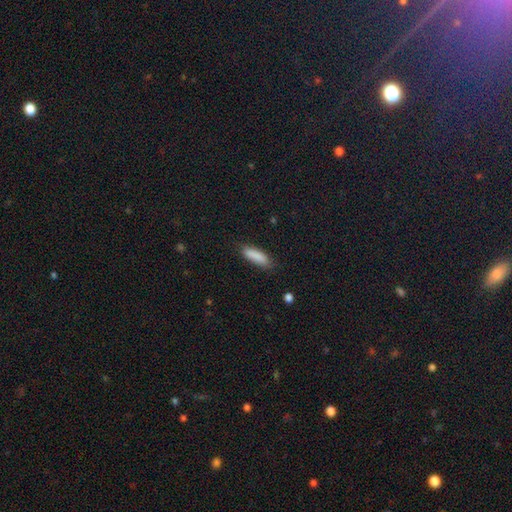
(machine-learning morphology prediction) A smooth galaxy with no disk features (87%) that is cigar-shaped (55%). Merging: none (81%).